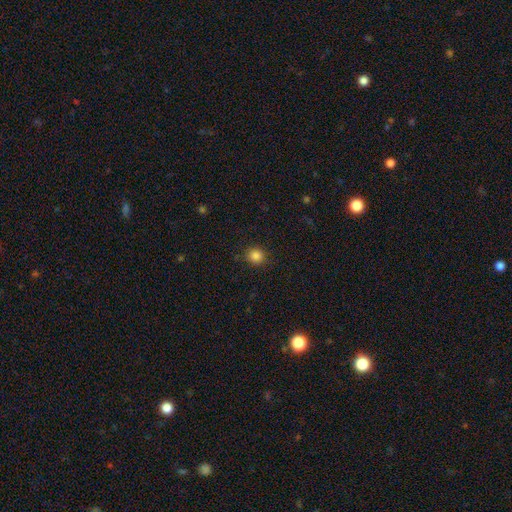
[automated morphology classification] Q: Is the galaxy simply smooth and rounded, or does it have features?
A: smooth — 84%.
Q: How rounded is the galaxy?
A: round — 86%.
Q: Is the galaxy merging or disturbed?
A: none — 88%.